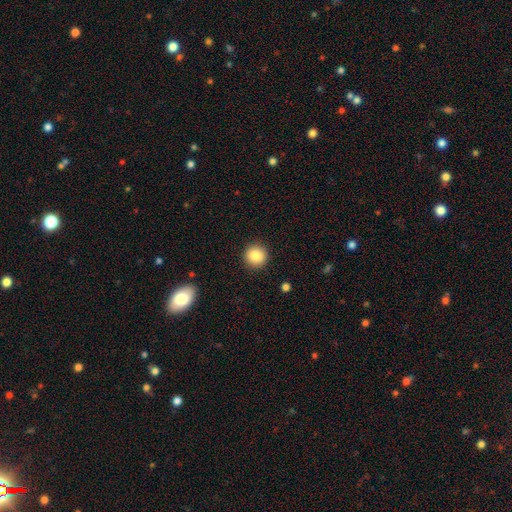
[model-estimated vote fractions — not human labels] This is clearly a smooth galaxy (87%). How rounded: clearly round (94%). Merging: clearly none (91%).